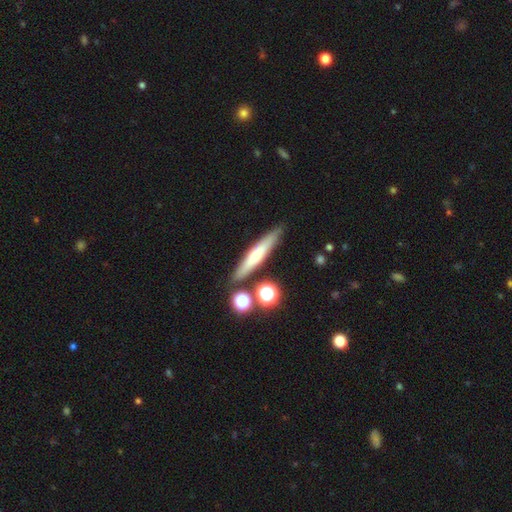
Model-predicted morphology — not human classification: smooth-or-featured: smooth: 47% | featured or disk: 43% | star or artifact: 10%
  merging: none: 82% | minor disturbance: 10% | merger: 6% | major disturbance: 3%